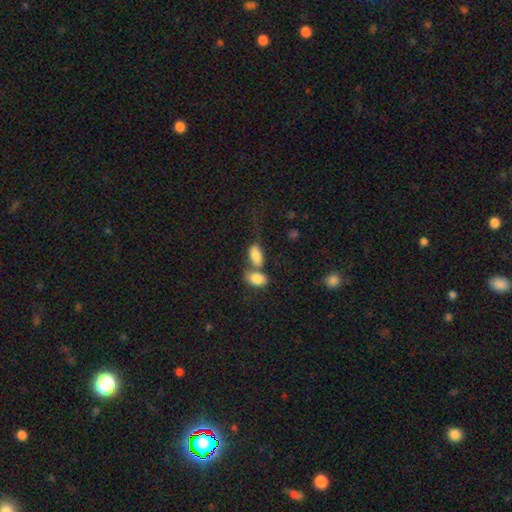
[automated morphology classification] Smooth or featured: smooth — 84% (featured or disk — 9%)
How rounded: in between — 91% (round — 6%)
Merging: merger — 57% (none — 26%)